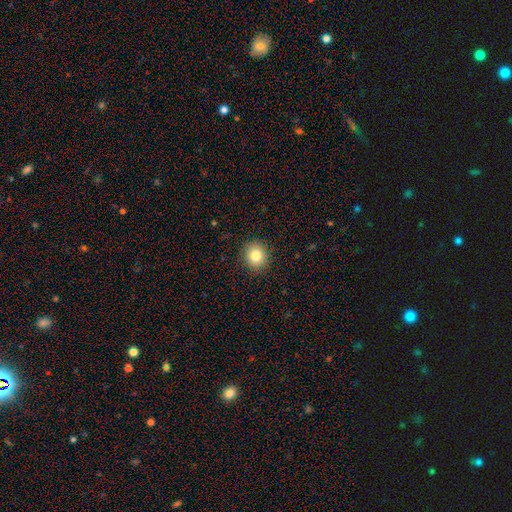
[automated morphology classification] Q: Smooth or featured?
A: smooth (82%); runner-up: star or artifact (10%)
Q: How rounded?
A: round (82%); runner-up: in between (17%)
Q: Merging?
A: none (90%); runner-up: minor disturbance (7%)